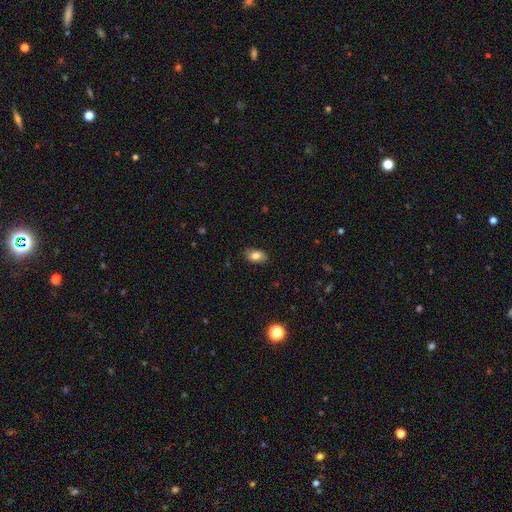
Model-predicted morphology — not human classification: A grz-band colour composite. It shows a smooth galaxy with no disk features (80%) that is in between round and cigar-shaped (90%). Merging: none (84%).